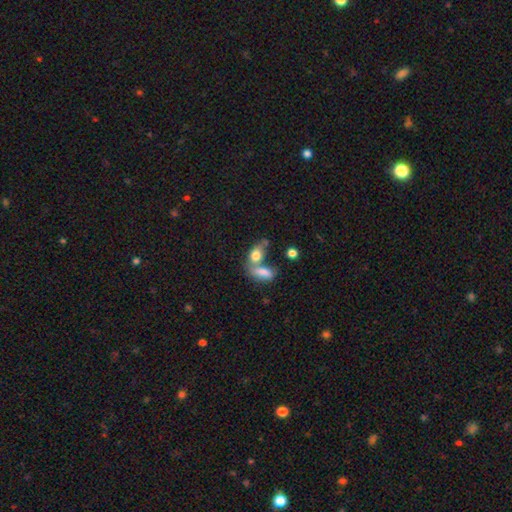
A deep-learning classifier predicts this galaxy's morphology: A smooth galaxy with no disk features (76%) that is in between round and cigar-shaped (76%). Merging: merger (56%).